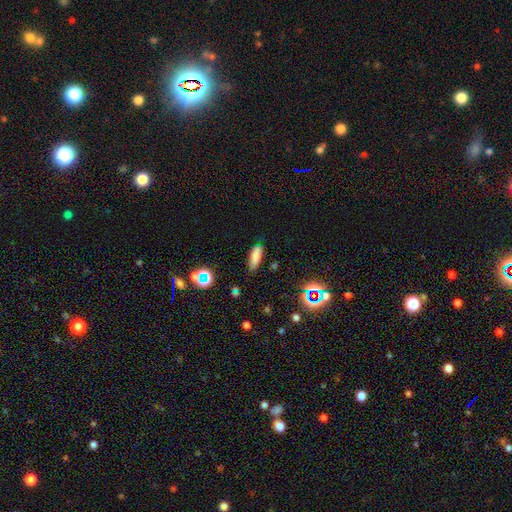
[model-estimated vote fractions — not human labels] smooth-or-featured: smooth: 76% | star or artifact: 14% | featured or disk: 10%
  how-rounded: in between: 55% | cigar-shaped: 42% | round: 3%
  merging: none: 67% | minor disturbance: 25% | major disturbance: 5% | merger: 3%